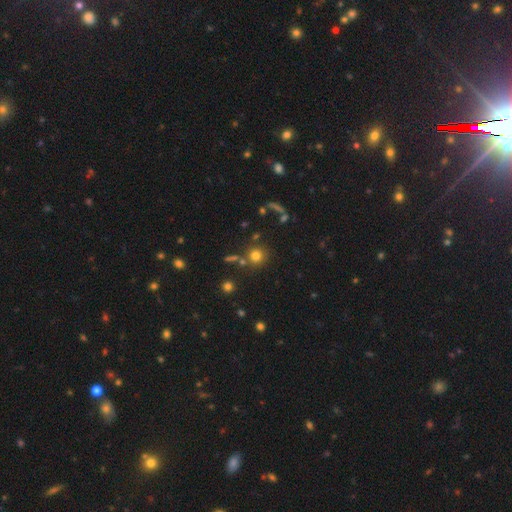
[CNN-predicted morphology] The model was most divided on "smooth or featured": smooth: 75%, star or artifact: 17%, featured or disk: 9%. More confident: how rounded — round (92%); merging — none (78%).